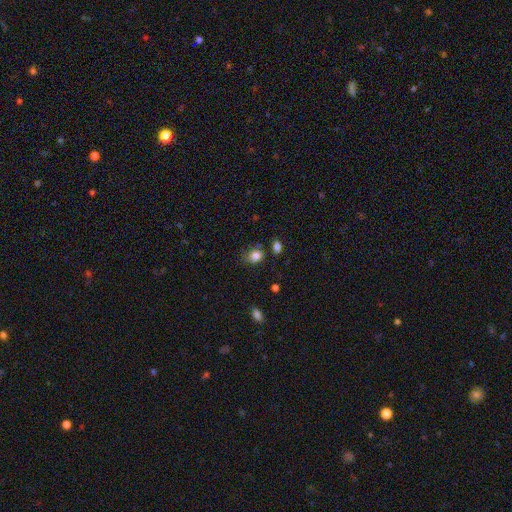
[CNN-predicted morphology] Smooth or featured? smooth (83%)
How rounded? in between (50%)
Merging? none (64%)